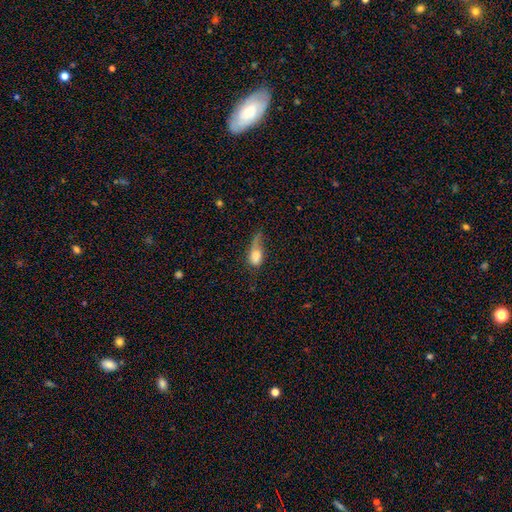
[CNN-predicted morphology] Smooth or featured: smooth — 72% (featured or disk — 20%)
How rounded: in between — 79% (round — 11%)
Merging: major disturbance — 40% (minor disturbance — 30%)